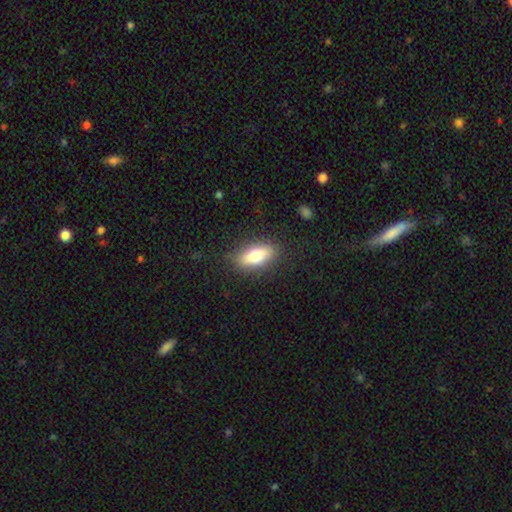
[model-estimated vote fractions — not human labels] smooth_or_featured: smooth (p=0.71) [alt: featured or disk p=0.22]
how_rounded: in between (p=0.75) [alt: cigar-shaped p=0.21]
merging: none (p=0.85) [alt: minor disturbance p=0.11]